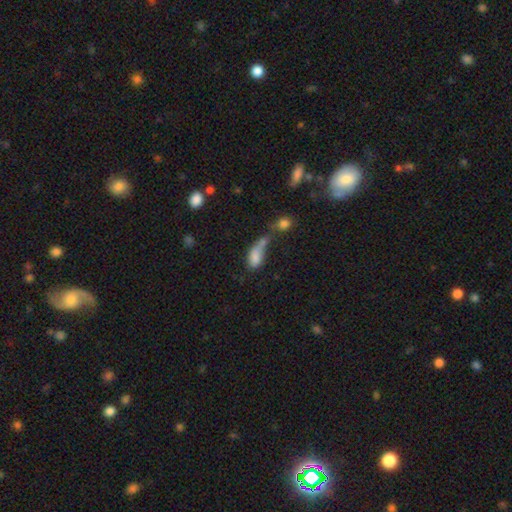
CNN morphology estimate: smooth_or_featured: smooth (p=0.76) [alt: featured or disk p=0.14]
how_rounded: in between (p=0.83) [alt: cigar-shaped p=0.09]
merging: merger (p=0.54) [alt: major disturbance p=0.18]